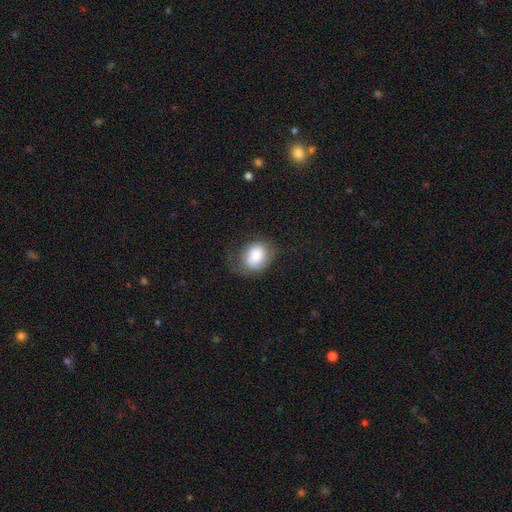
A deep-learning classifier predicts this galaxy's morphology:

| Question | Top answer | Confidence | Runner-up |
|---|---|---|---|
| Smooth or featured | smooth | 75% | featured or disk (17%) |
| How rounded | in between | 53% | round (46%) |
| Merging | none | 53% | minor disturbance (28%) |